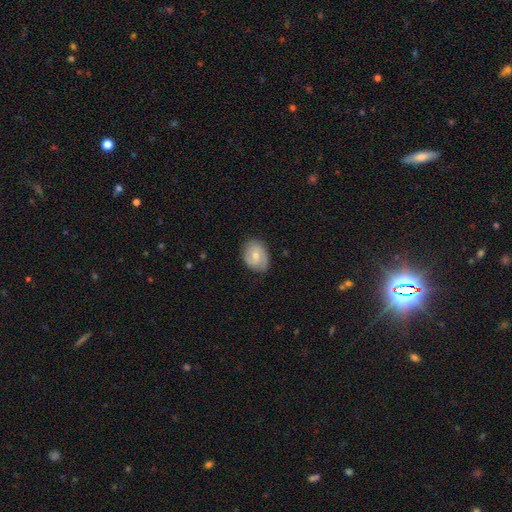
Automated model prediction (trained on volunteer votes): Smooth or featured: smooth — 51% (featured or disk — 42%)
How rounded: in between — 62% (round — 37%)
Merging: none — 74% (minor disturbance — 21%)